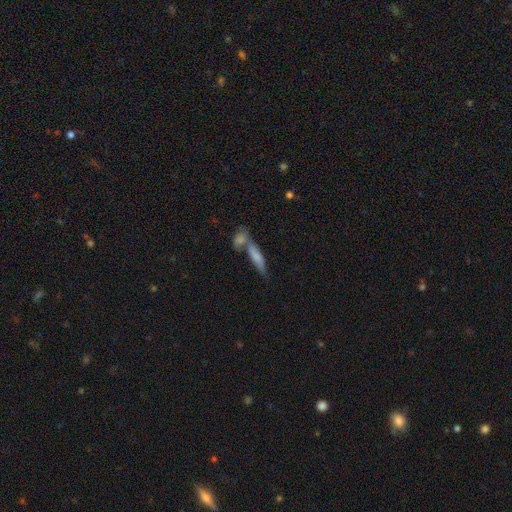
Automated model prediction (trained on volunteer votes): Morphology: type=smooth (68%); roundness=cigar-shaped (68%); merging=merger (46%).